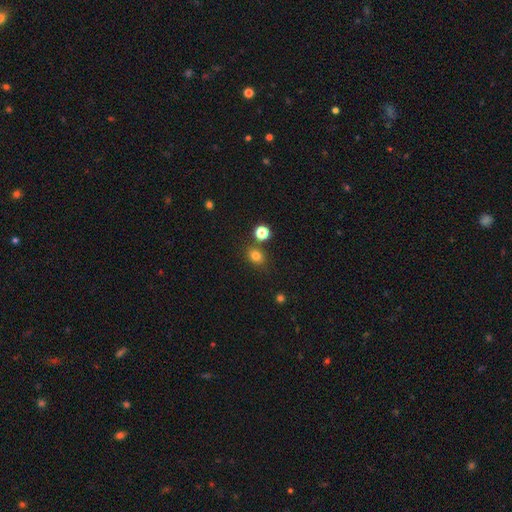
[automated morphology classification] smooth-or-featured: smooth: 80% | star or artifact: 14% | featured or disk: 6%
  how-rounded: round: 58% | in between: 41% | cigar-shaped: 1%
  merging: none: 75% | minor disturbance: 11% | merger: 10% | major disturbance: 3%